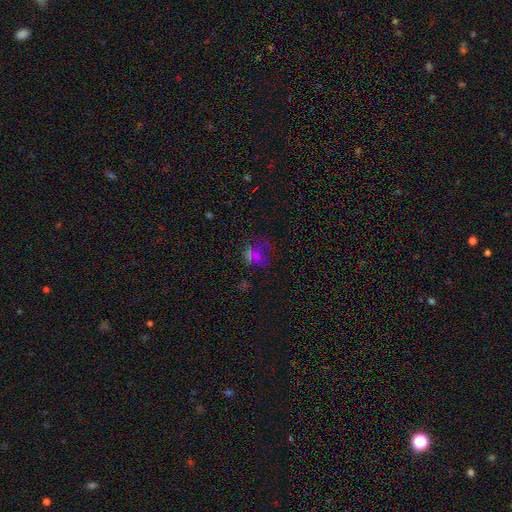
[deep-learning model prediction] Q: Smooth or featured?
A: smooth (49%); runner-up: star or artifact (37%)
Q: Merging?
A: none (52%); runner-up: minor disturbance (20%)